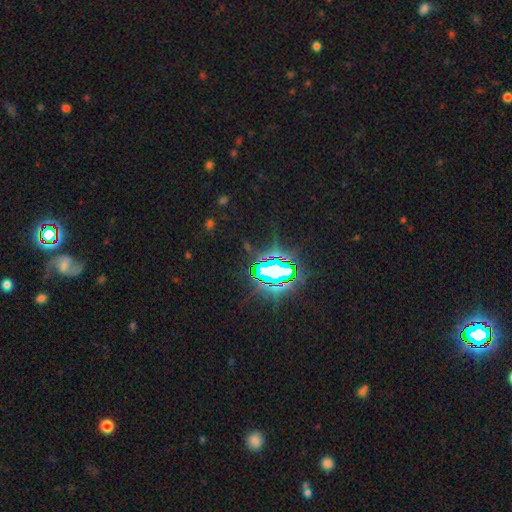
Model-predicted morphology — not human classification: Overall: star or artifact (81%).